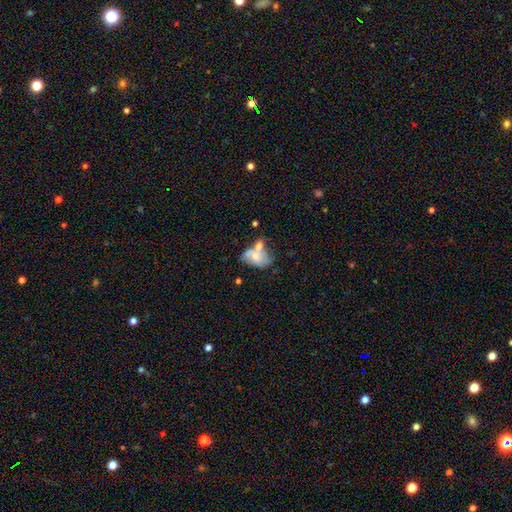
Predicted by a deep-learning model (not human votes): This appears to be a smooth galaxy with no disk features (49%). Merging: merger (51%).